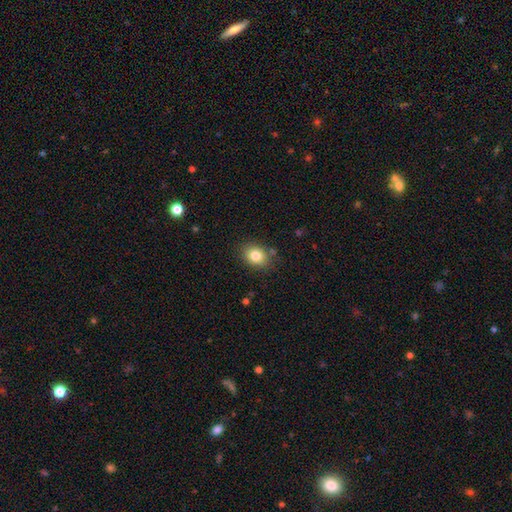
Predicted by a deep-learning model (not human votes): Smooth or featured? smooth (82%)
How rounded? in between (51%)
Merging? none (83%)